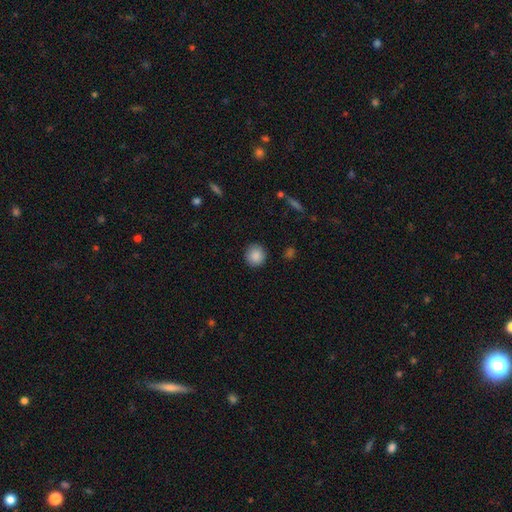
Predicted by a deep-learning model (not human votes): This is clearly a smooth galaxy (88%). How rounded: clearly round (92%). Merging: clearly none (91%).